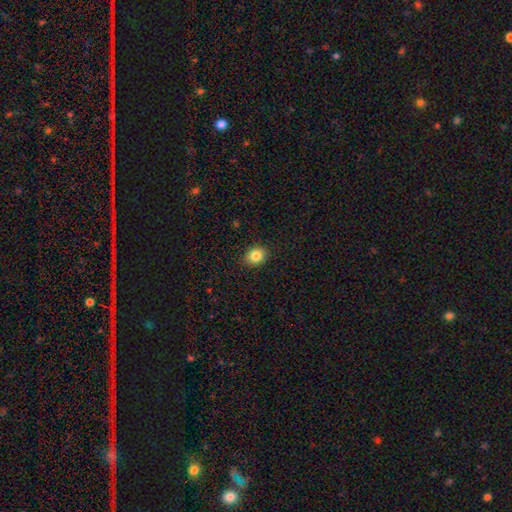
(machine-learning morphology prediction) This appears to be a smooth galaxy with no disk features (85%) that is round (66%). Merging: none (90%).